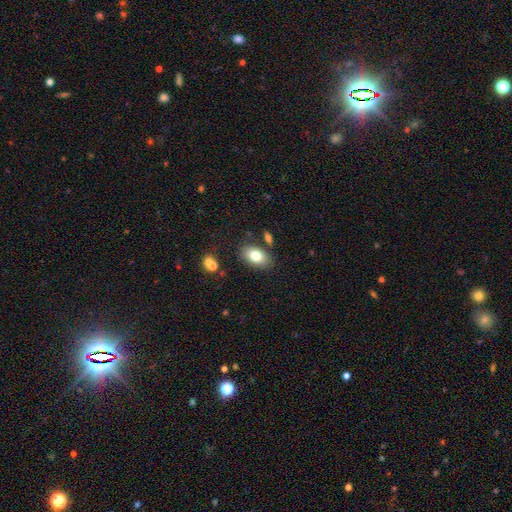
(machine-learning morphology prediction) Smooth or featured: smooth — 80% (featured or disk — 12%)
How rounded: in between — 90% (round — 9%)
Merging: none — 79% (minor disturbance — 13%)